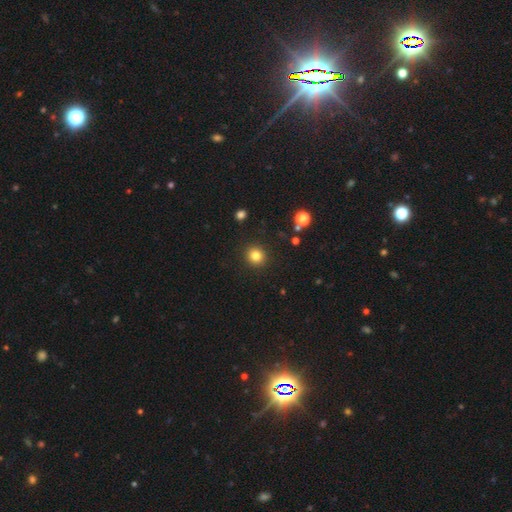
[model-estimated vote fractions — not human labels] A smooth galaxy with no disk features (82%) that is round (90%).

Vote fractions:
- Smooth or featured? smooth: 82% / star or artifact: 12% / featured or disk: 6%
- How rounded? round: 90% / in between: 9% / cigar-shaped: 1%
- Merging? none: 91% / minor disturbance: 5% / major disturbance: 2% / merger: 1%